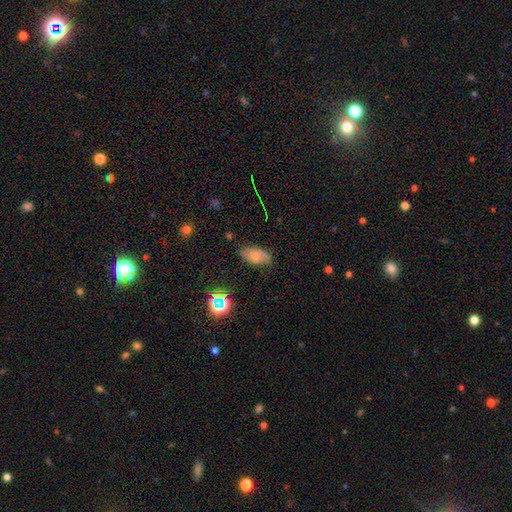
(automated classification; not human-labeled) Smooth or featured?
  - smooth: 71% *
  - featured or disk: 16%
  - star or artifact: 13%
How rounded?
  - in between: 92% *
  - round: 4%
  - cigar-shaped: 4%
Merging?
  - none: 74% *
  - minor disturbance: 20%
  - major disturbance: 4%
  - merger: 2%